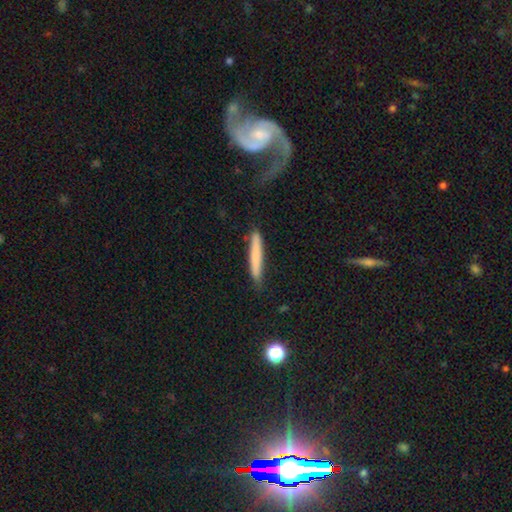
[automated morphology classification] A smooth galaxy with no disk features (72%) that is cigar-shaped (95%).

Vote fractions:
- Smooth or featured? smooth: 72% / featured or disk: 22% / star or artifact: 6%
- How rounded? cigar-shaped: 95% / in between: 4% / round: 1%
- Merging? none: 82% / minor disturbance: 13% / major disturbance: 3% / merger: 2%